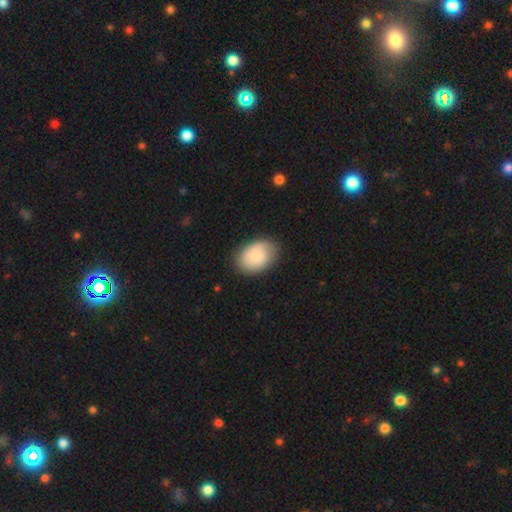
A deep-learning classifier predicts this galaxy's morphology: smooth 81%, featured or disk 13%, star or artifact 6%. Down the decision tree: how rounded — in between (80%); merging — none (80%).